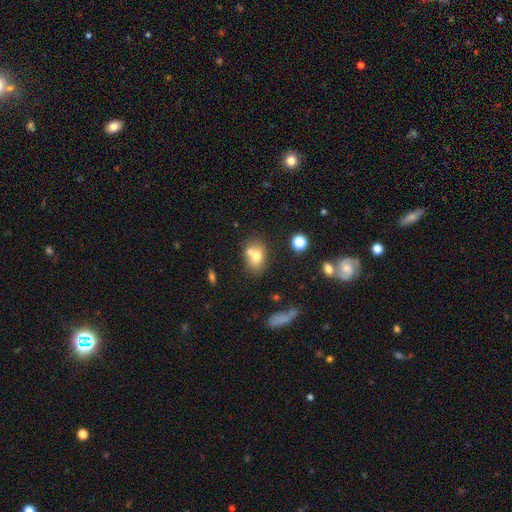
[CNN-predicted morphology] smooth 68%, featured or disk 21%, star or artifact 11%. Down the decision tree: how rounded — in between (59%); merging — none (42%).